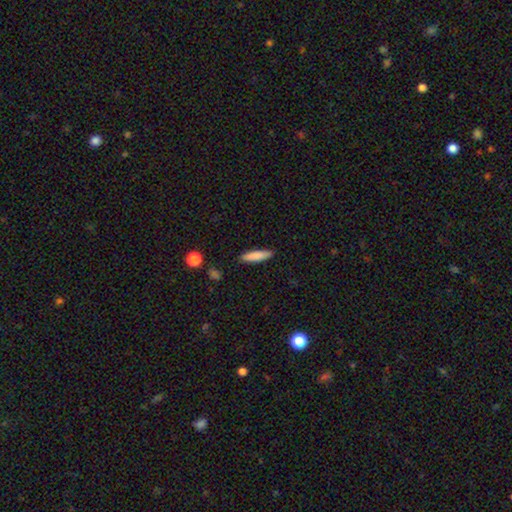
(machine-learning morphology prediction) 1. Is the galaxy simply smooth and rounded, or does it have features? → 84% smooth, 9% featured or disk, 7% star or artifact.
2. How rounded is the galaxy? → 78% cigar-shaped, 20% in between, 2% round.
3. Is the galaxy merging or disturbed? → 89% none, 8% minor disturbance, 2% major disturbance, 1% merger.